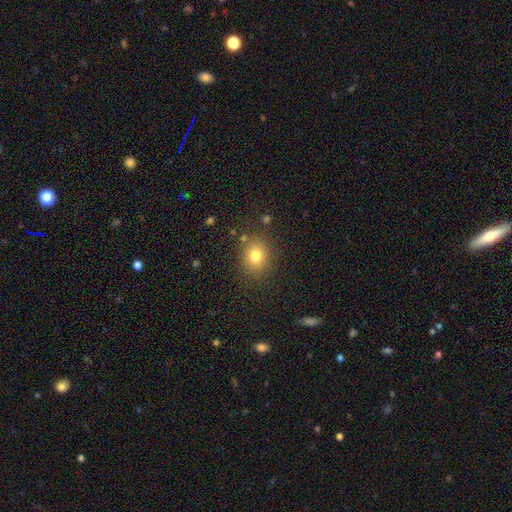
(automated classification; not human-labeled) This appears to be a smooth galaxy with no disk features (78%) that is round (63%). Merging: none (83%).